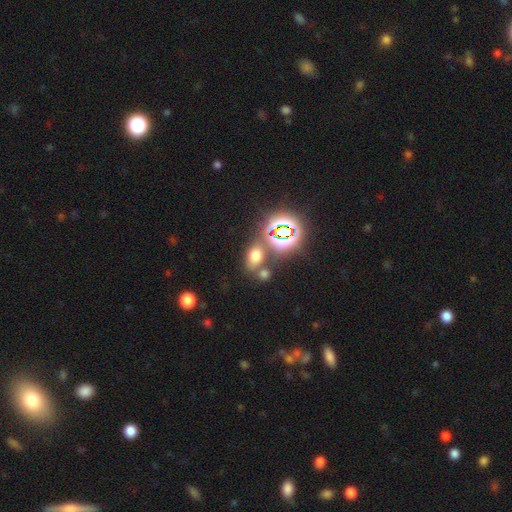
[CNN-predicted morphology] A smooth galaxy with no disk features (59%) that is in between round and cigar-shaped (72%). Merging: none (65%).